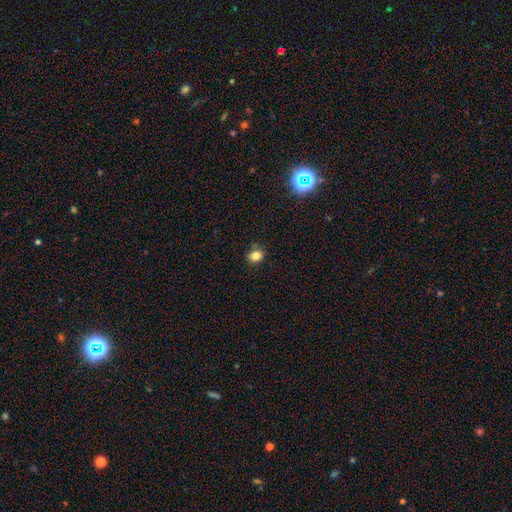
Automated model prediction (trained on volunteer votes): smooth_or_featured: smooth (p=0.81) [alt: star or artifact p=0.14]
how_rounded: round (p=0.65) [alt: in between p=0.34]
merging: none (p=0.78) [alt: minor disturbance p=0.14]